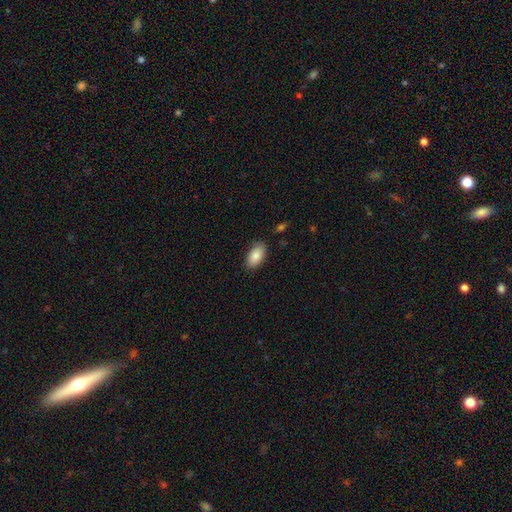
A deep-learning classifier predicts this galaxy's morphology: Overall: smooth (87%). How rounded: in between (94%). Merging: none (85%).